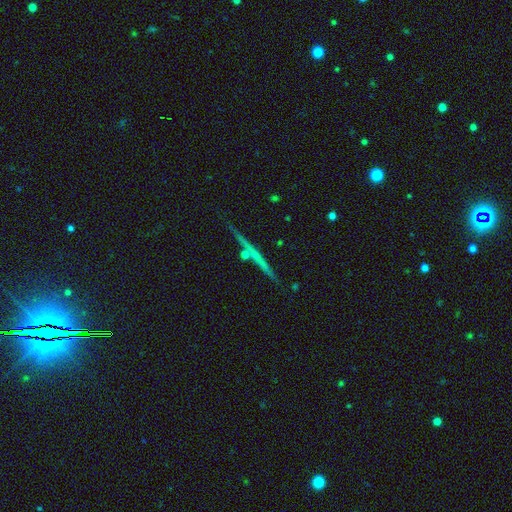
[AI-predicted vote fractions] Smooth or featured? featured or disk (62%)
Edge-on disk? yes (97%)
Edge-on bulge? none (77%)
Merging? none (87%)